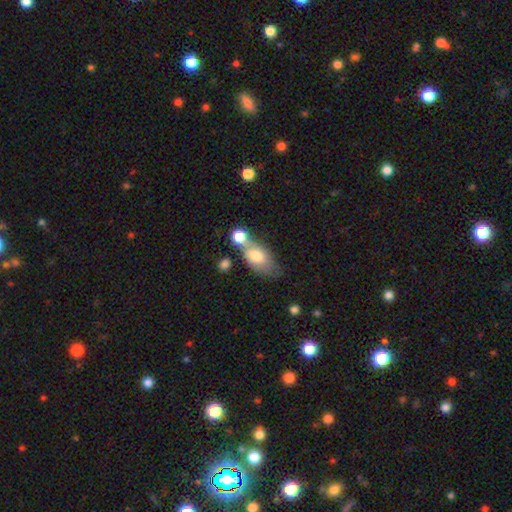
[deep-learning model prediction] The model was most divided on "merging": merger: 44%, none: 33%, minor disturbance: 15%, major disturbance: 8%. More confident: how rounded — in between (85%); smooth or featured — smooth (71%).